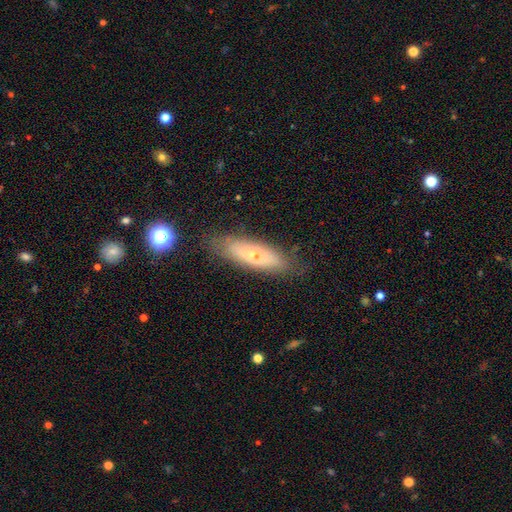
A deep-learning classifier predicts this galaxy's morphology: Smooth or featured? smooth (54%)
How rounded? in between (63%)
Merging? none (76%)